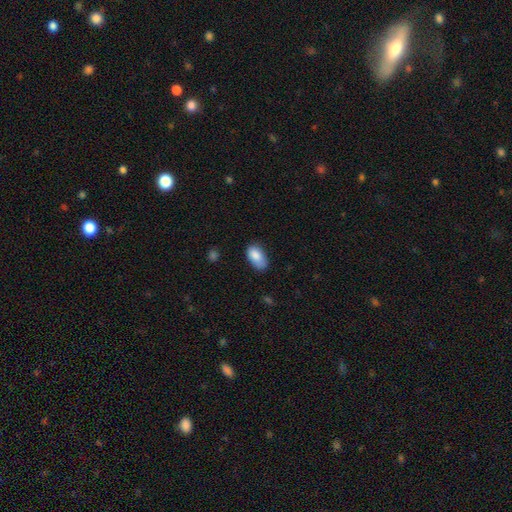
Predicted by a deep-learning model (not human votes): Morphology: type=smooth (85%); roundness=in between (93%); merging=none (62%).